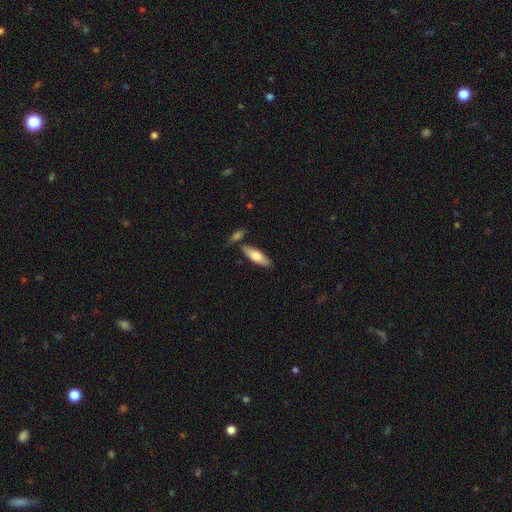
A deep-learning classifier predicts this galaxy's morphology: A smooth galaxy with no disk features (74%) that is in between round and cigar-shaped (62%). Merging: none (73%).